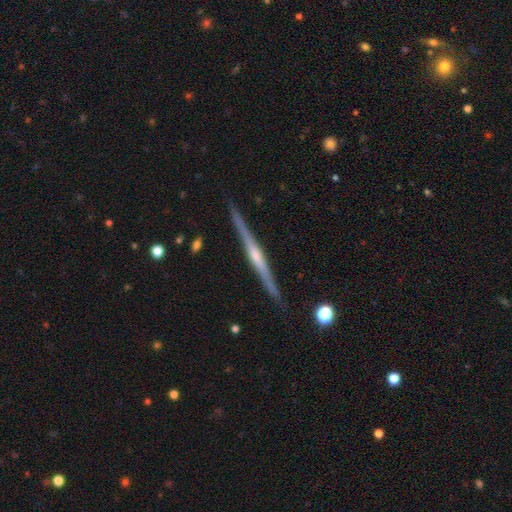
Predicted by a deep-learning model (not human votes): smooth_or_featured: featured or disk (p=0.83) [alt: smooth p=0.12]
disk_edge_on: yes (p=0.99) [alt: no p=0.01]
edge_on_bulge: rounded (p=0.72) [alt: none p=0.18]
merging: none (p=0.91) [alt: minor disturbance p=0.06]